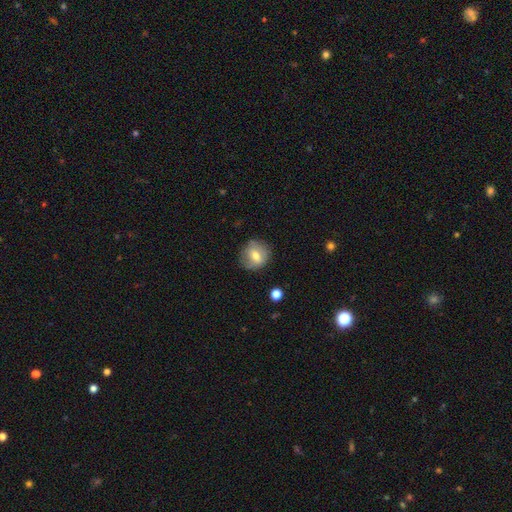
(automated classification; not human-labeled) Smooth or featured?
  - smooth: 64% *
  - featured or disk: 27%
  - star or artifact: 8%
How rounded?
  - round: 83% *
  - in between: 16%
  - cigar-shaped: 1%
Merging?
  - none: 78% *
  - minor disturbance: 16%
  - major disturbance: 5%
  - merger: 1%